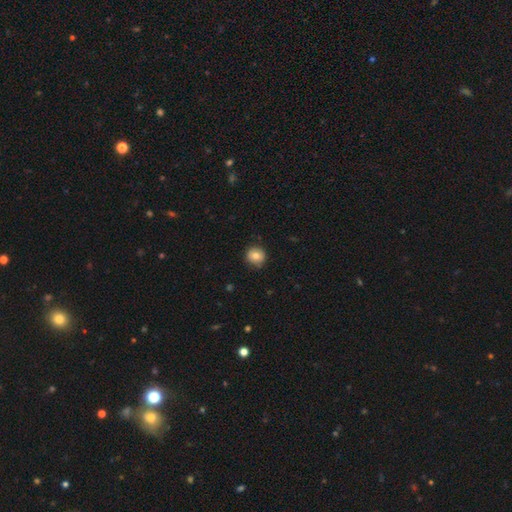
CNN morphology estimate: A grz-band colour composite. It shows a smooth galaxy with no disk features (79%) that is round (89%). Merging: none (84%).